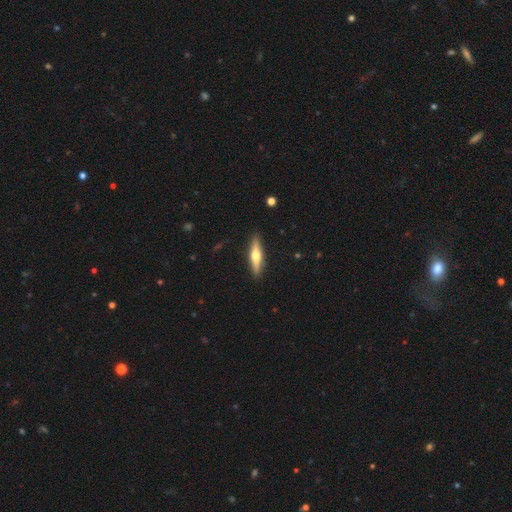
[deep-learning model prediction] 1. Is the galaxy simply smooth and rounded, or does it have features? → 56% featured or disk, 39% smooth, 5% star or artifact.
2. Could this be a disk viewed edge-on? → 95% yes, 5% no.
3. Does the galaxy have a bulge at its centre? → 93% rounded, 4% boxy, 3% none.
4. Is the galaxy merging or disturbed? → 90% none, 7% minor disturbance, 2% major disturbance, 1% merger.